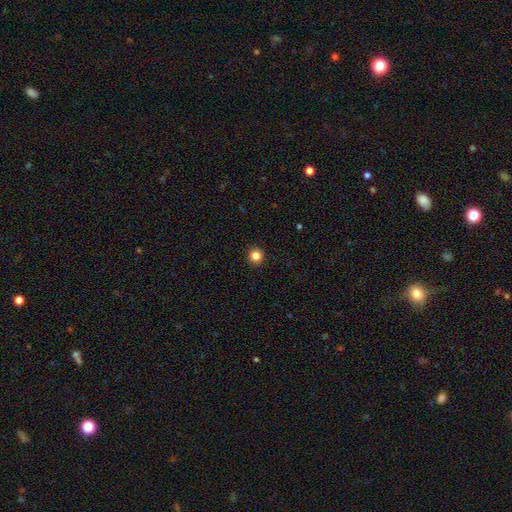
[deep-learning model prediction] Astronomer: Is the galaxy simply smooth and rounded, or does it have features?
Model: smooth — 84%.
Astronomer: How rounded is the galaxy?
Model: round — 95%.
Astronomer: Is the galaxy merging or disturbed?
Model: none — 93%.